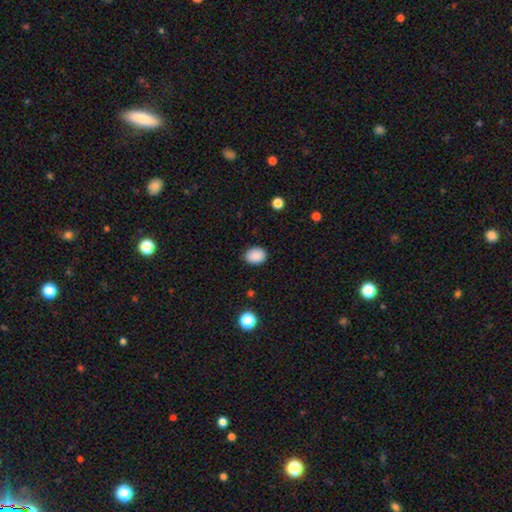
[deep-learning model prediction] A smooth galaxy with no disk features (88%) that is in between round and cigar-shaped (62%).

Vote fractions:
- Smooth or featured? smooth: 88% / star or artifact: 9% / featured or disk: 3%
- How rounded? in between: 62% / round: 37% / cigar-shaped: 1%
- Merging? none: 86% / minor disturbance: 10% / major disturbance: 2% / merger: 1%